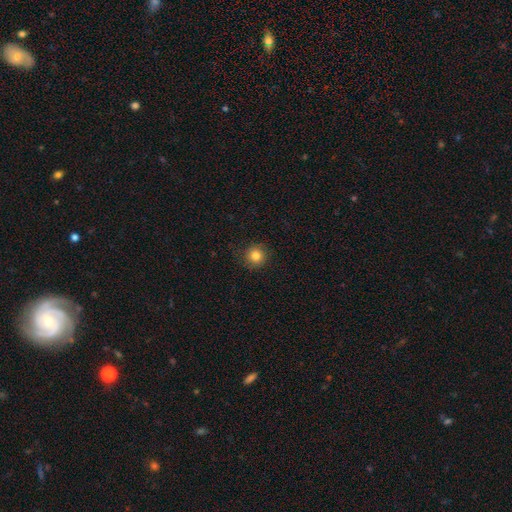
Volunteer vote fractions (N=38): This is likely a smooth galaxy (74%). How rounded: clearly round (100%). Merging: clearly none (91%).